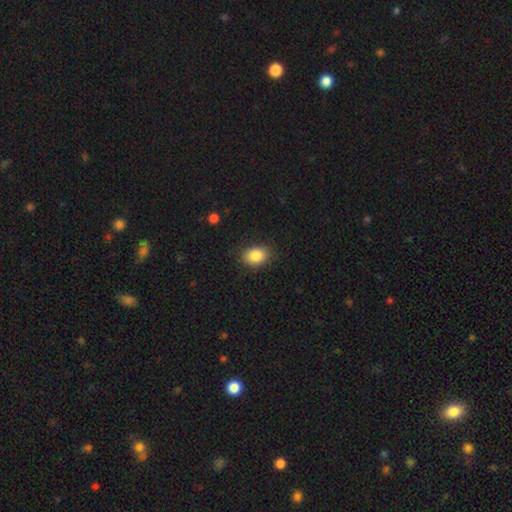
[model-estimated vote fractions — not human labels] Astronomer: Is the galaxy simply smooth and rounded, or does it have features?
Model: smooth — 86%.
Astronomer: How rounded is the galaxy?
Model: in between — 70%.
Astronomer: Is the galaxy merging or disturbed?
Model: none — 83%.